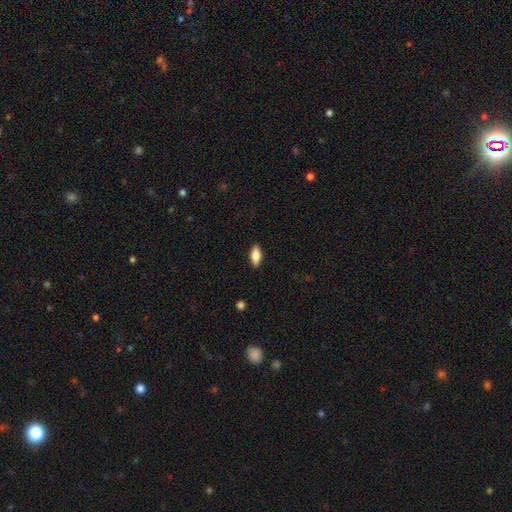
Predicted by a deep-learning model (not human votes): Smooth or featured? Predicted: smooth (p=0.77). How rounded? Predicted: in between (p=0.80). Merging? Predicted: none (p=0.89).